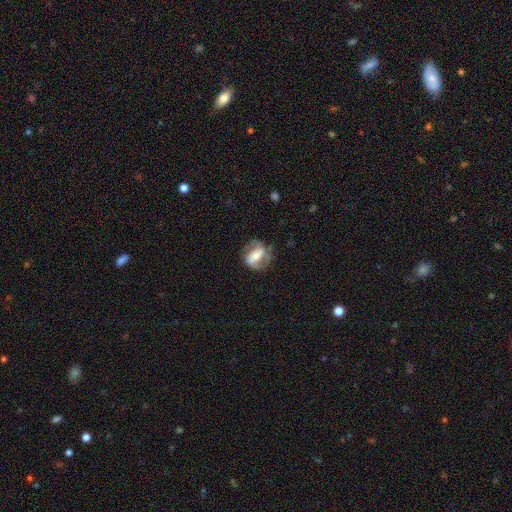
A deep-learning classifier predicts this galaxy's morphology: Smooth or featured? Predicted: featured or disk (p=0.67). Edge-on disk? Predicted: no (p=0.94). Bar? Predicted: strong (p=0.57). Spiral arms? Predicted: yes (p=0.75). Bulge size? Predicted: moderate (p=0.50). Merging? Predicted: none (p=0.72).